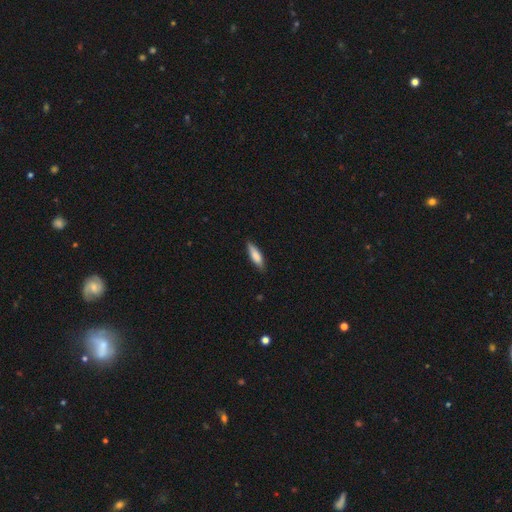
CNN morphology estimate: type=smooth (78%); roundness=cigar-shaped (62%); merging=none (84%).